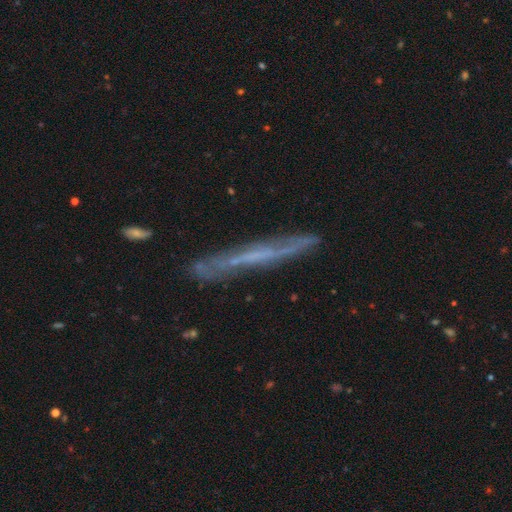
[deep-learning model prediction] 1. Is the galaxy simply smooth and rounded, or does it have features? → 61% featured or disk, 30% smooth, 9% star or artifact.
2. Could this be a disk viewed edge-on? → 86% yes, 14% no.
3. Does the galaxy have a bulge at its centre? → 82% none, 11% rounded, 7% boxy.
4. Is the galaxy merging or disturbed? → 78% none, 16% minor disturbance, 4% major disturbance, 2% merger.